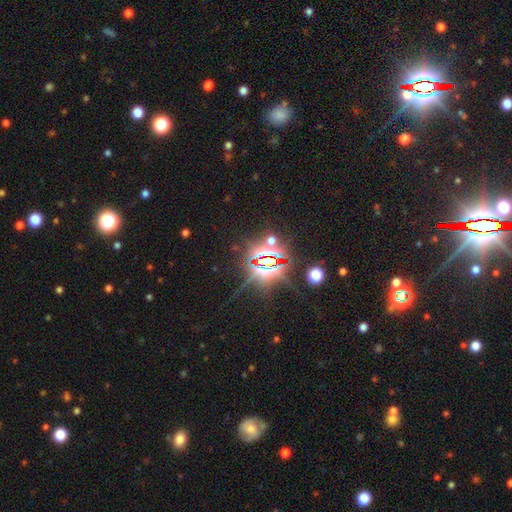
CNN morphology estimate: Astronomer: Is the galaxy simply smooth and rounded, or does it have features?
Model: star or artifact — 84%.